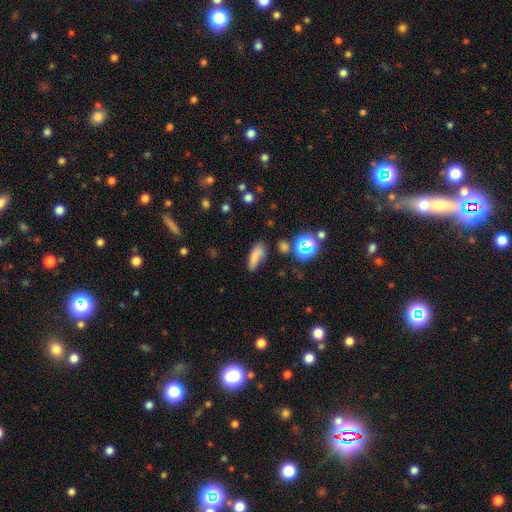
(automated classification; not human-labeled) This appears to be a smooth galaxy with no disk features (70%) that is in between round and cigar-shaped (58%). Merging: none (57%).